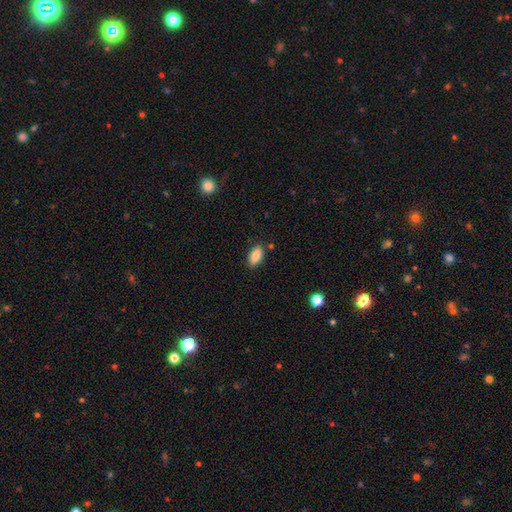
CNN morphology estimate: This appears to be a smooth galaxy with no disk features (87%) that is in between round and cigar-shaped (90%). Merging: none (85%).